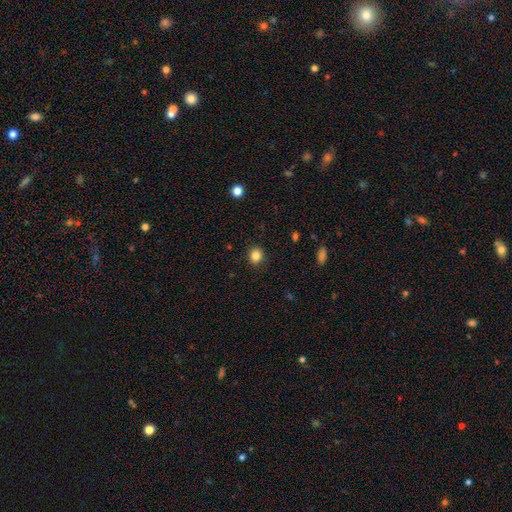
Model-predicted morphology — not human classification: Smooth or featured?
  - smooth: 85% *
  - star or artifact: 11%
  - featured or disk: 4%
How rounded?
  - round: 76% *
  - in between: 23%
  - cigar-shaped: 1%
Merging?
  - none: 90% *
  - minor disturbance: 7%
  - major disturbance: 2%
  - merger: 1%